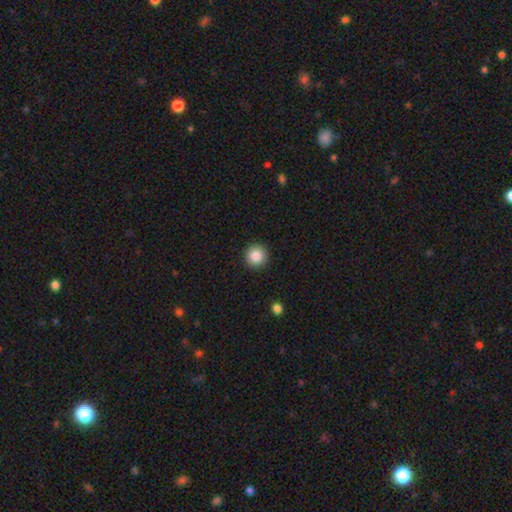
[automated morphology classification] This is clearly a smooth galaxy (86%). How rounded: clearly round (96%). Merging: clearly none (93%).